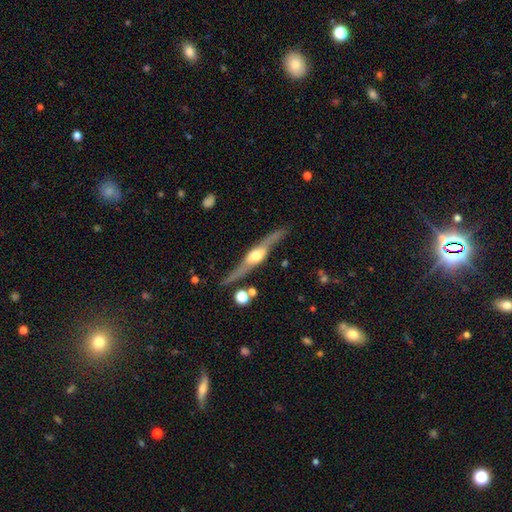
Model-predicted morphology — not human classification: Q: Smooth or featured?
A: featured or disk (81%); runner-up: smooth (14%)
Q: Edge-on disk?
A: yes (93%); runner-up: no (7%)
Q: Edge-on bulge?
A: rounded (91%); runner-up: boxy (6%)
Q: Merging?
A: none (79%); runner-up: minor disturbance (14%)